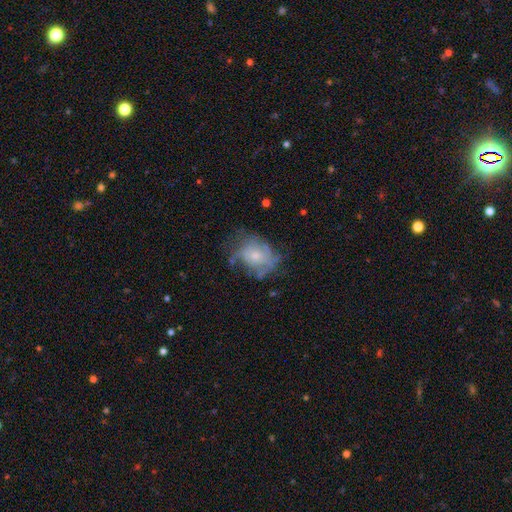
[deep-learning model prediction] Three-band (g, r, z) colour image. It shows a featured or disk galaxy (52%) with no bar (83%), spiral arms (55%) and a small central bulge (53%). Merging: none (45%).